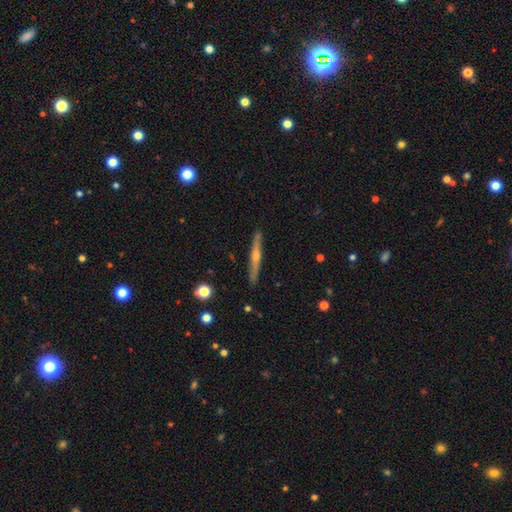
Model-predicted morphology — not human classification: This appears to be a featured or disk galaxy (71%) viewed edge-on (97%) with a rounded central bulge (81%). Merging: none (90%).